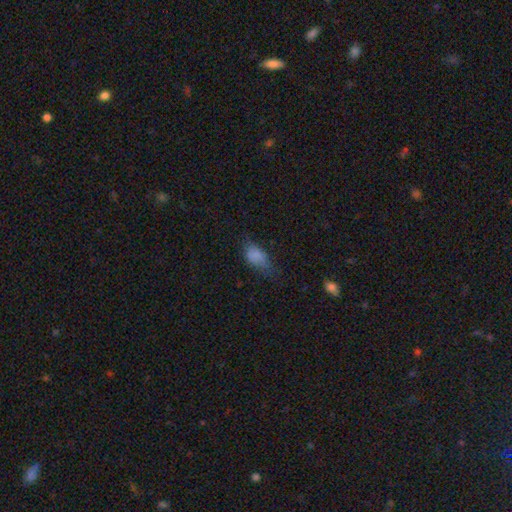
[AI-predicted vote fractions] This appears to be a smooth galaxy with no disk features (79%) that is in between round and cigar-shaped (88%). Merging: none (46%).